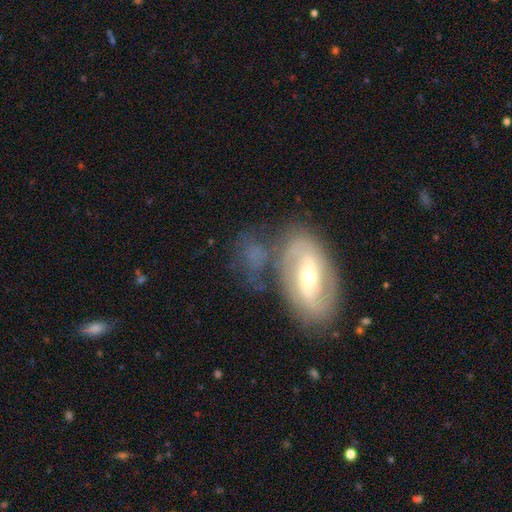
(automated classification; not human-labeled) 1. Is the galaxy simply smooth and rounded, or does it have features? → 72% featured or disk, 20% smooth, 8% star or artifact.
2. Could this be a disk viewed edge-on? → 93% no, 7% yes.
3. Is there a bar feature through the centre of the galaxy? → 38% weak, 34% strong, 28% no.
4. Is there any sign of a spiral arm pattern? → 78% yes, 22% no.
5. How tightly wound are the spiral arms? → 41% medium, 36% tight, 23% loose.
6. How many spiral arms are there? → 77% 2, 15% can't tell, 3% 3, 3% 1, 1% 4, 1% more than 4.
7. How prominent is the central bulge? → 49% moderate, 46% small, 3% large, 1% none, 1% dominant.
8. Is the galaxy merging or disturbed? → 53% none, 19% minor disturbance, 17% merger, 11% major disturbance.